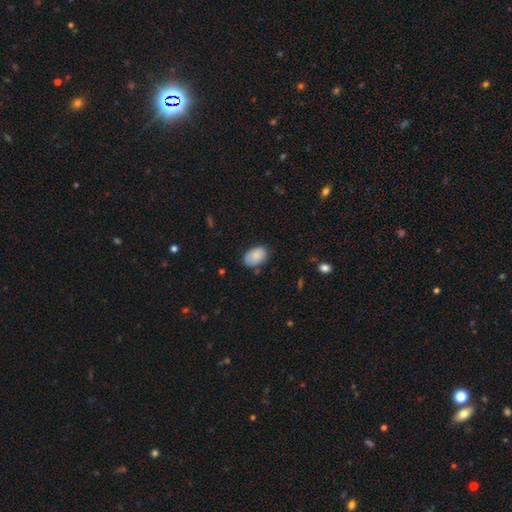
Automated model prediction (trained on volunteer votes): Smooth or featured? smooth (86%)
How rounded? in between (88%)
Merging? none (71%)